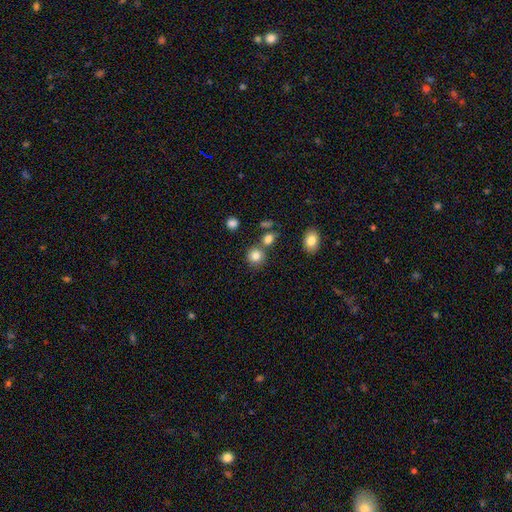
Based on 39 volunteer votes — This appears to be a smooth galaxy with no disk features (79%) that is round (77%). Merging: none (69%).